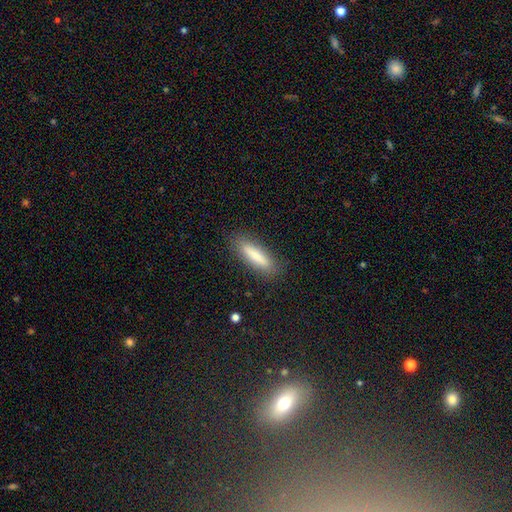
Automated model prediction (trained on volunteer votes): Smooth or featured?
  - smooth: 80% *
  - featured or disk: 13%
  - star or artifact: 7%
How rounded?
  - cigar-shaped: 77% *
  - in between: 22%
  - round: 1%
Merging?
  - none: 87% *
  - minor disturbance: 9%
  - major disturbance: 3%
  - merger: 1%